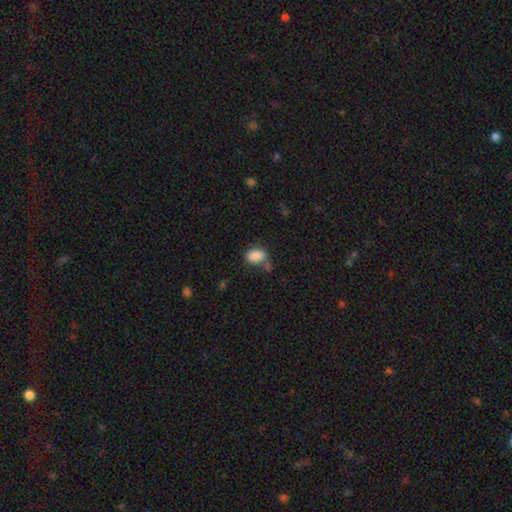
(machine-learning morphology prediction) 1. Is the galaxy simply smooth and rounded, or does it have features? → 86% smooth, 9% star or artifact, 6% featured or disk.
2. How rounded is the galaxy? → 84% in between, 15% round, 2% cigar-shaped.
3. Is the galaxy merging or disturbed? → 56% none, 20% minor disturbance, 17% merger, 7% major disturbance.